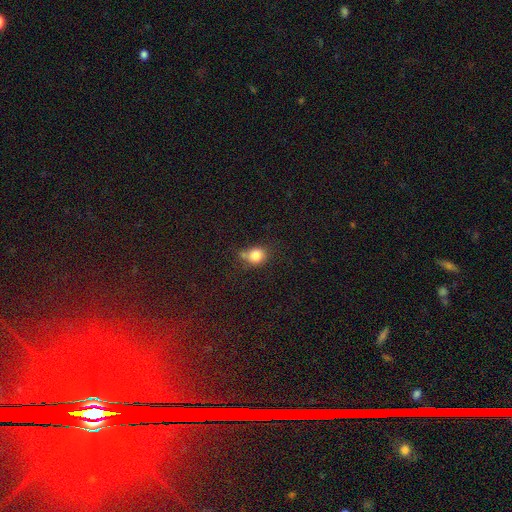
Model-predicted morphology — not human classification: A smooth galaxy with no disk features (82%) that is round (71%).

Vote fractions:
- Smooth or featured? smooth: 82% / star or artifact: 11% / featured or disk: 7%
- How rounded? round: 71% / in between: 28% / cigar-shaped: 1%
- Merging? none: 54% / minor disturbance: 21% / merger: 18% / major disturbance: 7%